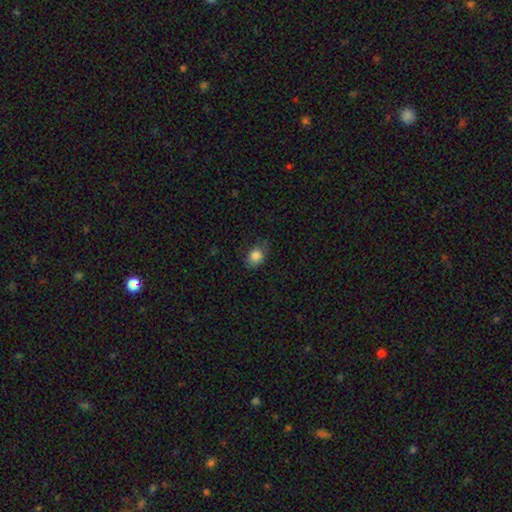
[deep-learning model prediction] Morphology: type=smooth (84%); roundness=in between (63%); merging=none (68%).